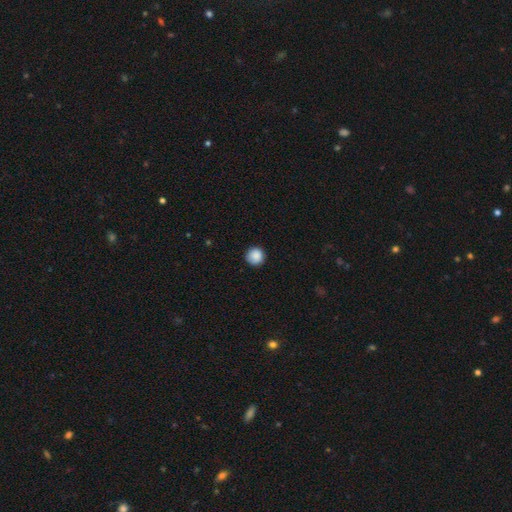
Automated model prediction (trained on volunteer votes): A smooth galaxy with no disk features (88%) that is round (96%). Merging: none (91%).